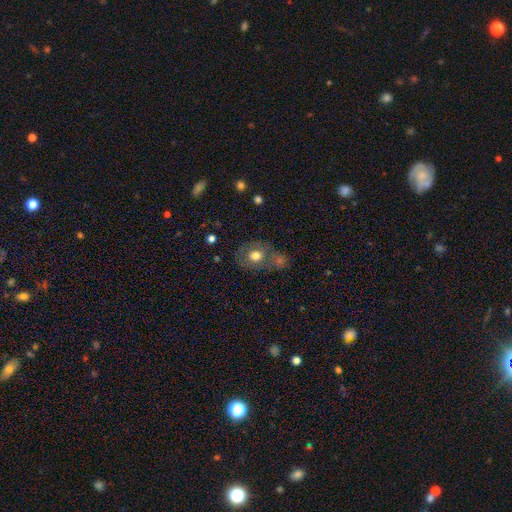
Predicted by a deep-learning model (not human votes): A smooth galaxy with no disk features (64%) that is round (57%). Merging: none (56%).